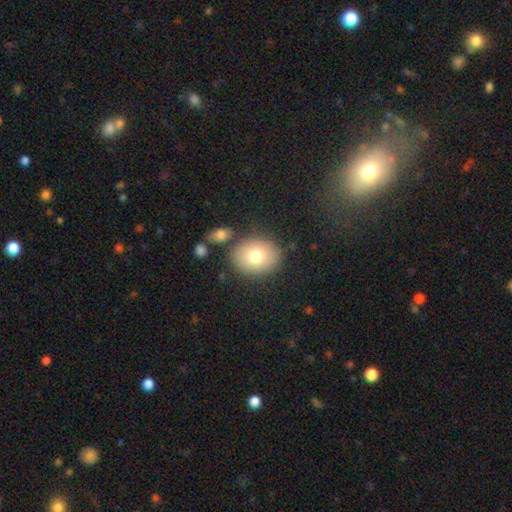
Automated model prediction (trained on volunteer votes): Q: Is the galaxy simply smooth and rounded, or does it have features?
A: smooth — 77%.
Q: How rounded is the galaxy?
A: in between — 50%.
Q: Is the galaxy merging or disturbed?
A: none — 81%.